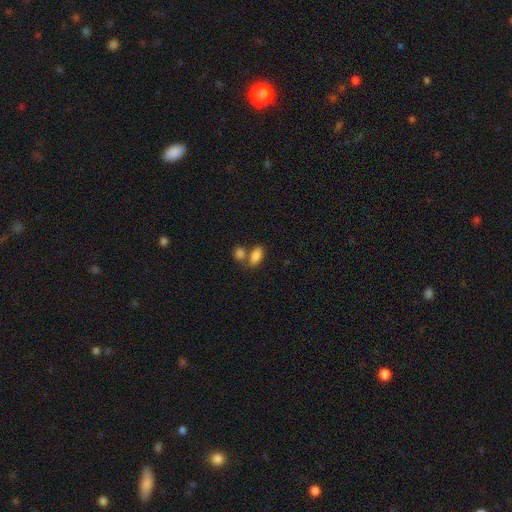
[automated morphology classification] The model was most divided on "merging": none: 47%, merger: 39%, minor disturbance: 10%, major disturbance: 4%. More confident: how rounded — in between (89%); smooth or featured — smooth (85%).